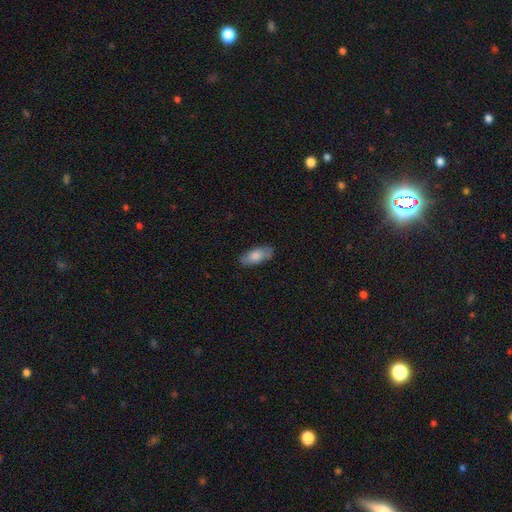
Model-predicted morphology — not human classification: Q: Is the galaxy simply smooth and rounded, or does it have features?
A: smooth — 79%.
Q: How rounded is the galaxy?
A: in between — 85%.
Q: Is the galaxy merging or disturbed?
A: none — 82%.